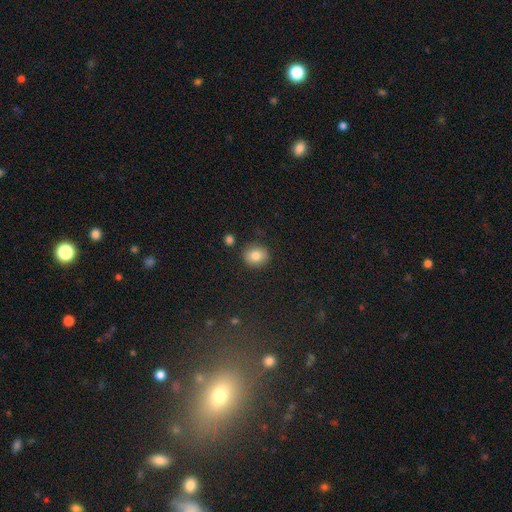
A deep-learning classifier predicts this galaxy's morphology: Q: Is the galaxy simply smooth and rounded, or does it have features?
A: smooth — 82%.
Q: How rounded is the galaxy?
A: round — 79%.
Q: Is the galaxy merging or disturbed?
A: none — 87%.